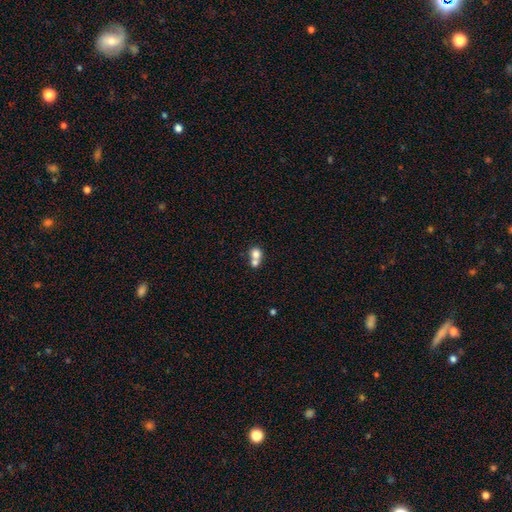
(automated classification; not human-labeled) Smooth or featured?
  - smooth: 74% *
  - featured or disk: 16%
  - star or artifact: 10%
How rounded?
  - round: 76% *
  - in between: 23%
  - cigar-shaped: 1%
Merging?
  - merger: 63% *
  - none: 29%
  - minor disturbance: 5%
  - major disturbance: 3%